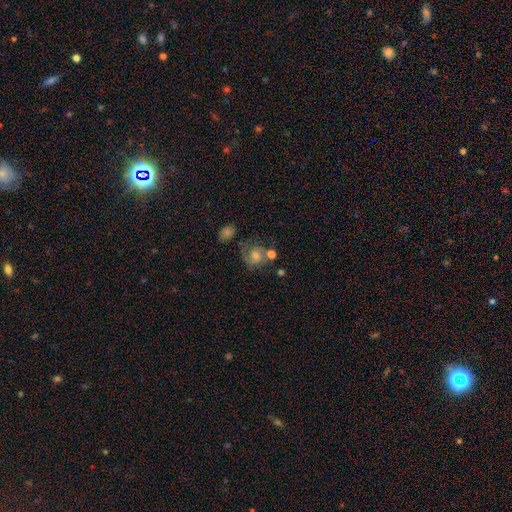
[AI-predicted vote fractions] Smooth or featured? featured or disk (56%)
Edge-on disk? no (97%)
Bar? no (62%)
Spiral arms? yes (83%)
Bulge size? moderate (55%)
Merging? none (56%)